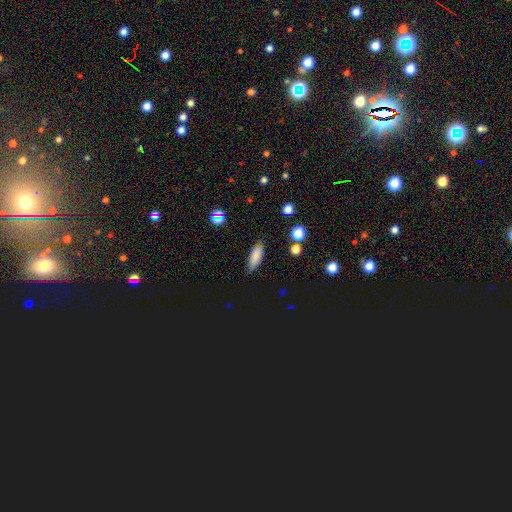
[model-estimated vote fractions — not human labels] A smooth galaxy with no disk features (82%) that is in between round and cigar-shaped (66%). Merging: none (77%).